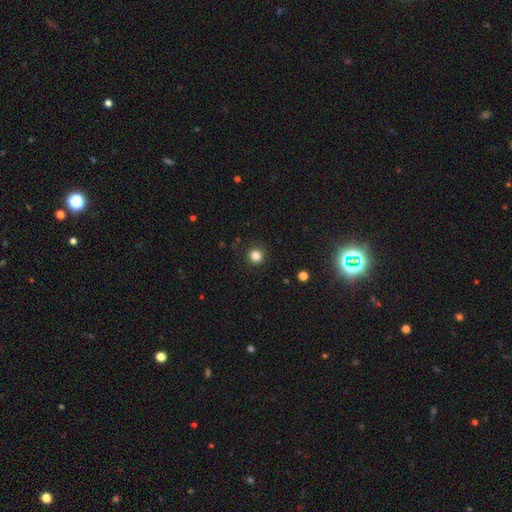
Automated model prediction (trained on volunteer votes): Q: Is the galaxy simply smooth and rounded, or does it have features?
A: smooth — 84%.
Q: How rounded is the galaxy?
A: round — 94%.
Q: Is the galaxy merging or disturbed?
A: none — 91%.